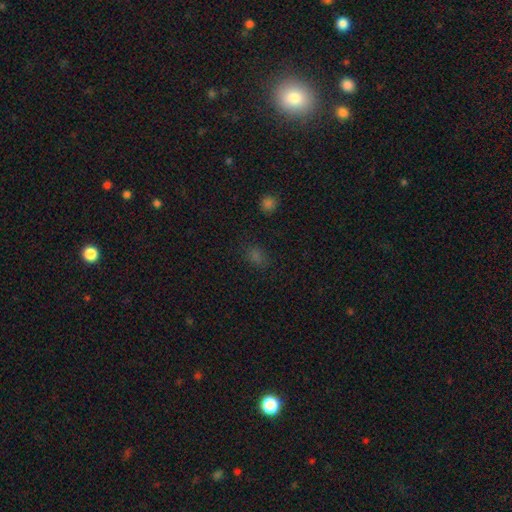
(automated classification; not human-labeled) smooth_or_featured: smooth (p=0.62) [alt: star or artifact p=0.31]
how_rounded: in between (p=0.60) [alt: round p=0.38]
merging: none (p=0.81) [alt: minor disturbance p=0.12]